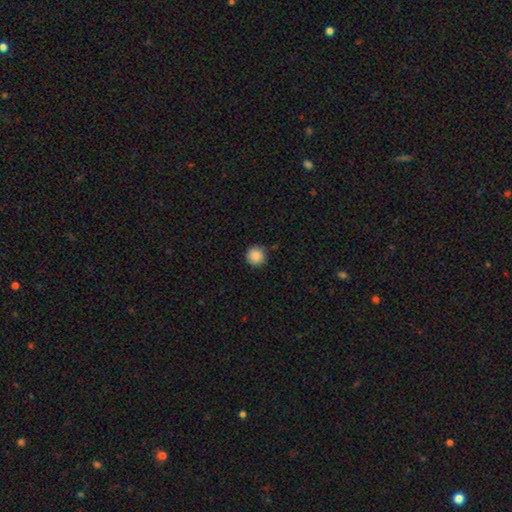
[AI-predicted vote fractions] Smooth or featured? smooth (88%)
How rounded? round (95%)
Merging? none (88%)